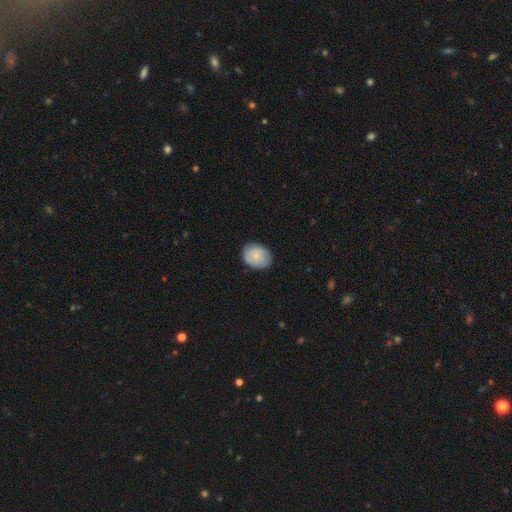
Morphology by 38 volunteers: smooth-or-featured: smooth: 71% | featured or disk: 26% | star or artifact: 3%
  how-rounded: round: 56% | in between: 44% | cigar-shaped: 0%
  merging: none: 78% | minor disturbance: 14% | major disturbance: 8% | merger: 0%